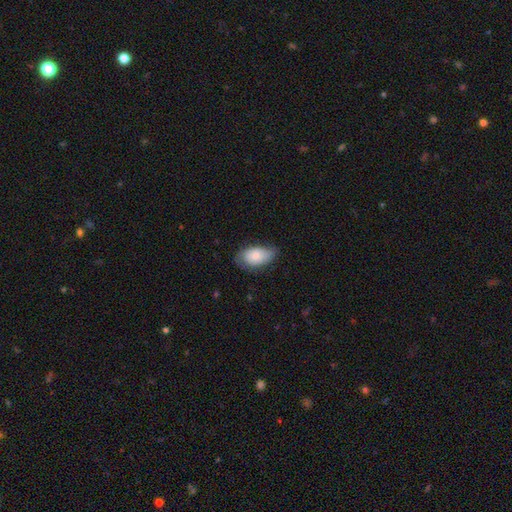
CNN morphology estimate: This is likely a smooth galaxy (78%). How rounded: clearly in between (93%). Merging: possibly none (59%).